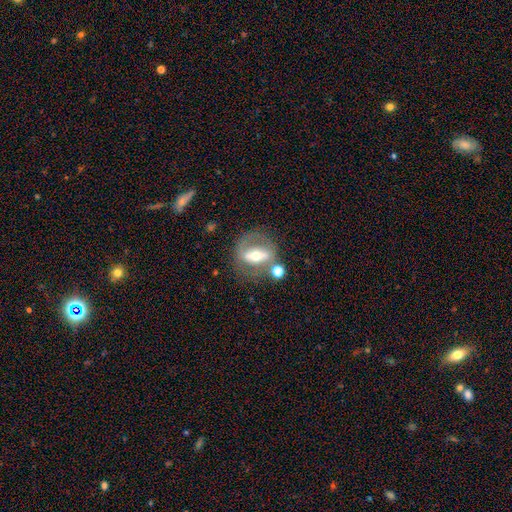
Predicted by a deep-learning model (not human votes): featured or disk 66%, smooth 25%, star or artifact 8%. Down the decision tree: edge-on disk — no (85%); bar — strong (58%); spiral arms — no (59%); bulge size — moderate (68%); merging — none (60%).